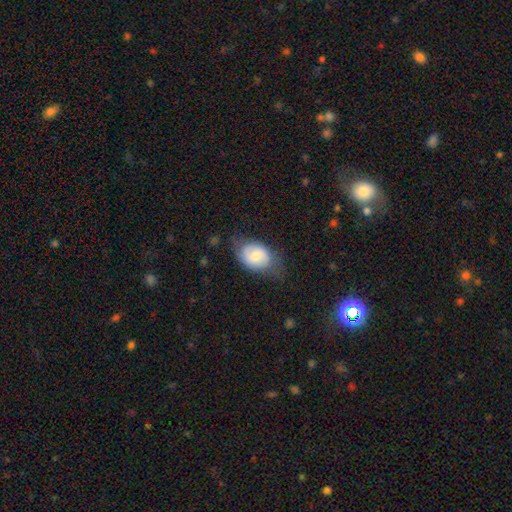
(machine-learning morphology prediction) This appears to be a smooth galaxy with no disk features (56%) that is in between round and cigar-shaped (76%). Merging: none (59%).